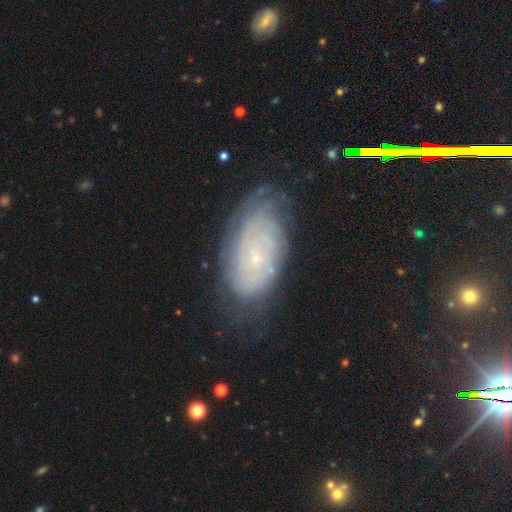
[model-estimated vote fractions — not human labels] Overall: featured or disk (68%). Edge-on disk: no (93%). Bar: no (79%). Spiral arms: yes (89%). Spiral arm count: can't tell (59%). Spiral winding: tight (77%). Bulge size: small (84%). Merging: none (70%).